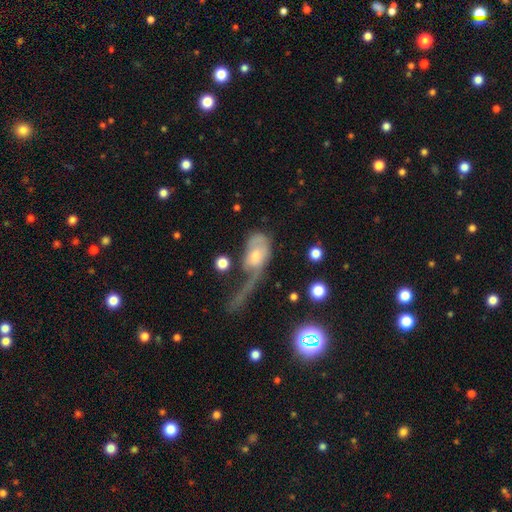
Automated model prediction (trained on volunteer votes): Q: Smooth or featured?
A: featured or disk (47%); runner-up: smooth (45%)
Q: Merging?
A: major disturbance (59%); runner-up: merger (15%)